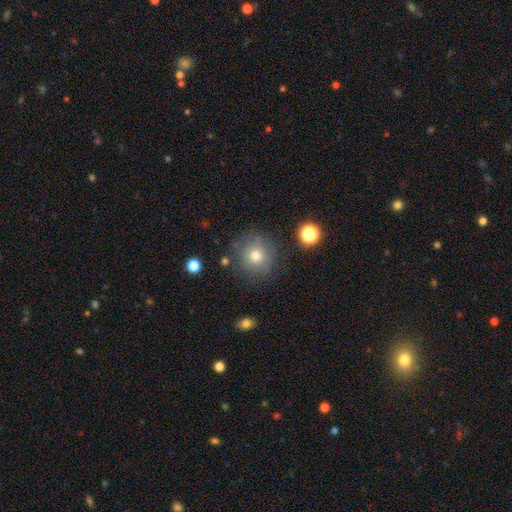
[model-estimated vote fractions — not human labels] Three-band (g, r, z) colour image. It shows a smooth galaxy with no disk features (73%) that is round (93%). Merging: none (80%).